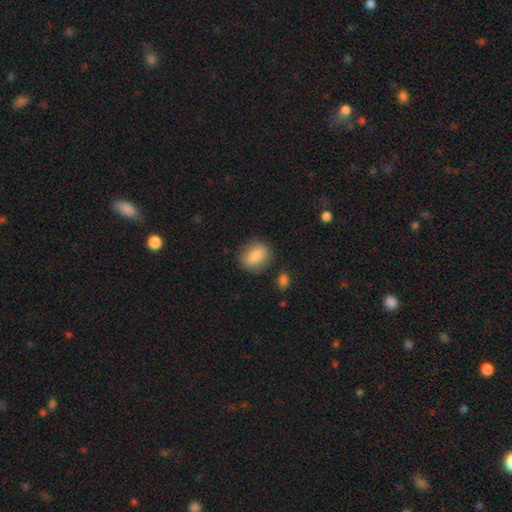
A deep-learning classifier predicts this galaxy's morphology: smooth_or_featured: smooth (p=0.83) [alt: featured or disk p=0.10]
how_rounded: in between (p=0.55) [alt: round p=0.43]
merging: none (p=0.81) [alt: minor disturbance p=0.13]